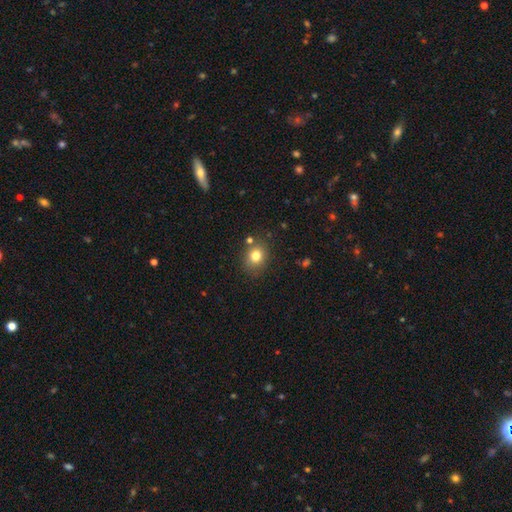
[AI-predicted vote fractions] Morphology: type=smooth (79%); roundness=round (67%); merging=none (79%).